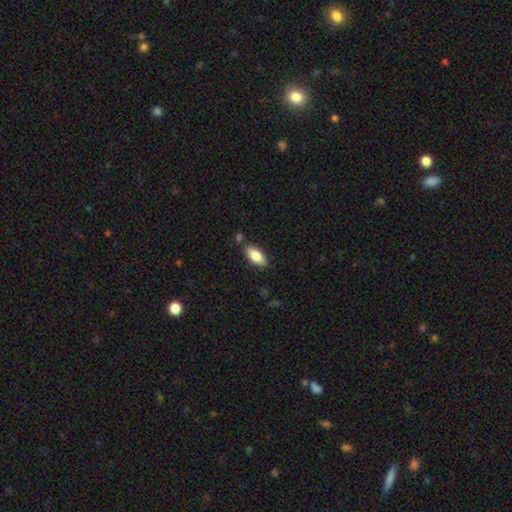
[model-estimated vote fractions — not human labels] Smooth or featured: smooth — 80% (featured or disk — 13%)
How rounded: in between — 88% (cigar-shaped — 10%)
Merging: none — 80% (minor disturbance — 12%)